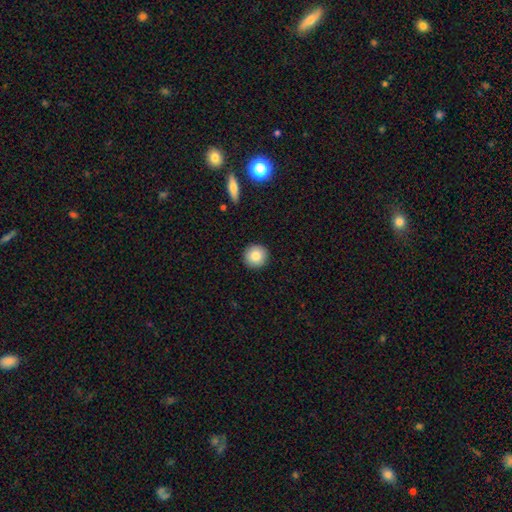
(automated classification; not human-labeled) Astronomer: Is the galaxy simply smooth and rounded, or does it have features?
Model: smooth — 85%.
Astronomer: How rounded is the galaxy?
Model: round — 94%.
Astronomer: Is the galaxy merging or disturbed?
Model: none — 92%.